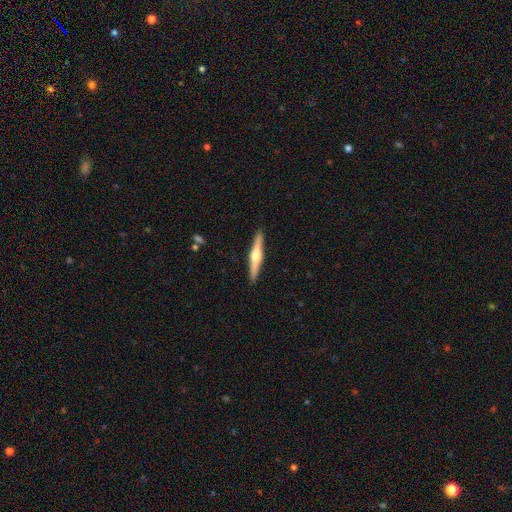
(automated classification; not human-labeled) featured or disk 67%, smooth 28%, star or artifact 5%. Down the decision tree: edge-on disk — yes (98%); edge-on bulge — rounded (93%); merging — none (91%).